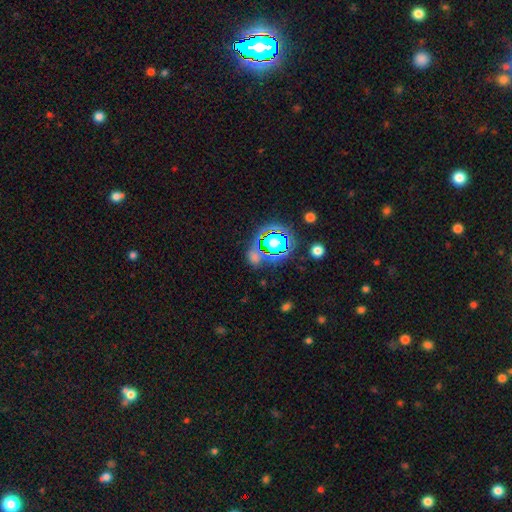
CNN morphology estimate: Smooth or featured? star or artifact (65%)